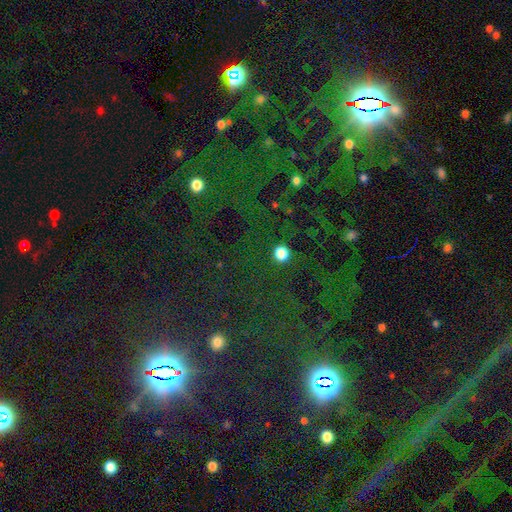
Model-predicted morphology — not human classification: Q: Smooth or featured?
A: star or artifact (78%); runner-up: smooth (14%)